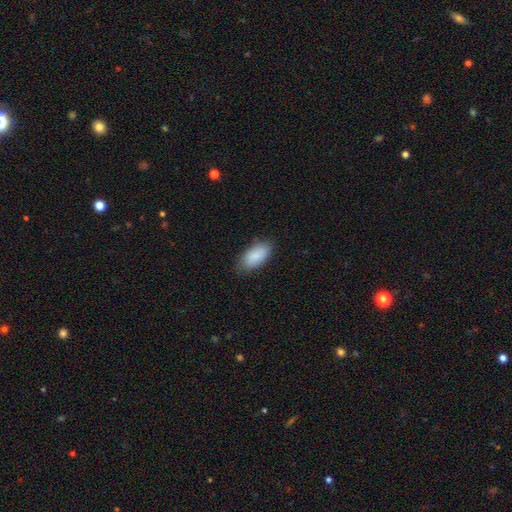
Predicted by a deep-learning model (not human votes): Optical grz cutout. It shows a smooth galaxy with no disk features (88%) that is in between round and cigar-shaped (93%). Merging: none (80%).